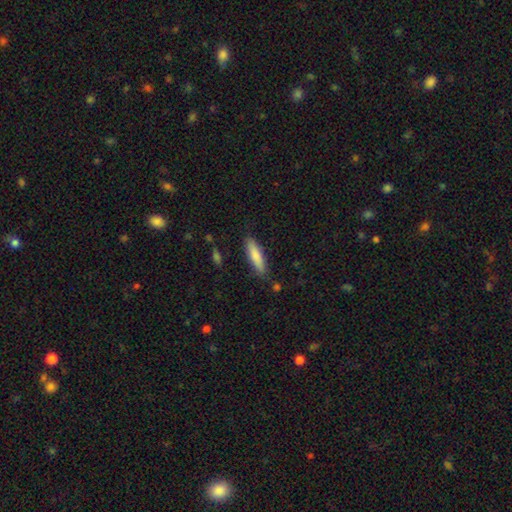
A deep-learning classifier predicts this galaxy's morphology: smooth 81%, featured or disk 13%, star or artifact 6%. Down the decision tree: how rounded — cigar-shaped (70%); merging — none (84%).